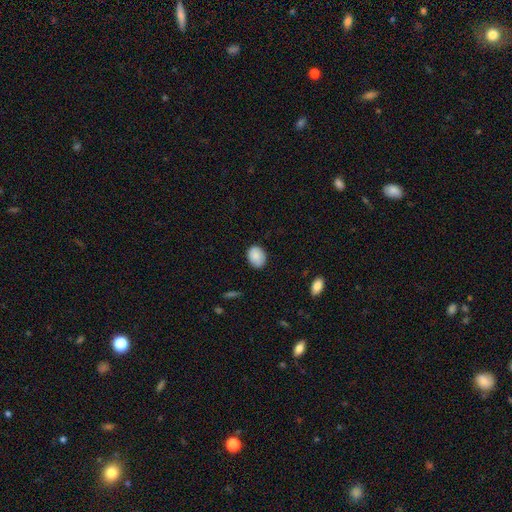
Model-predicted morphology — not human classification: A smooth galaxy with no disk features (87%) that is in between round and cigar-shaped (69%).

Vote fractions:
- Smooth or featured? smooth: 87% / star or artifact: 7% / featured or disk: 6%
- How rounded? in between: 69% / round: 30% / cigar-shaped: 1%
- Merging? none: 82% / minor disturbance: 14% / major disturbance: 2% / merger: 1%